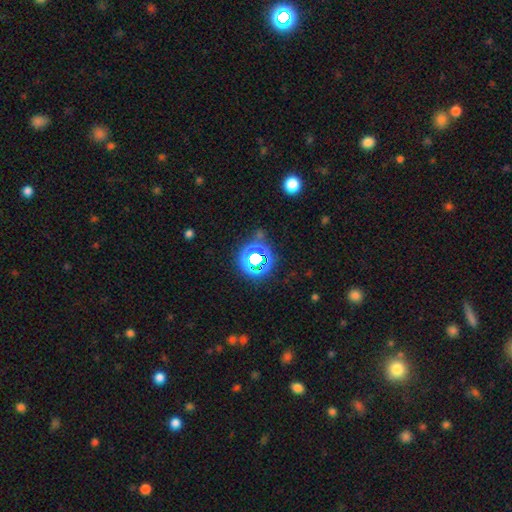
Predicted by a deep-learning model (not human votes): Smooth or featured? star or artifact (67%)